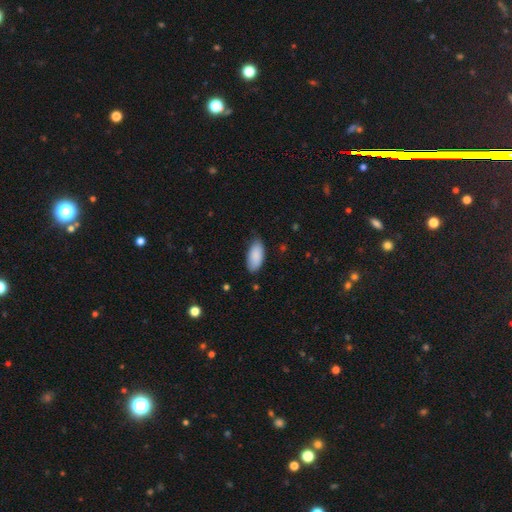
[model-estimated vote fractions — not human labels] smooth_or_featured: smooth (p=0.89) [alt: star or artifact p=0.06]
how_rounded: in between (p=0.92) [alt: cigar-shaped p=0.06]
merging: none (p=0.78) [alt: minor disturbance p=0.18]